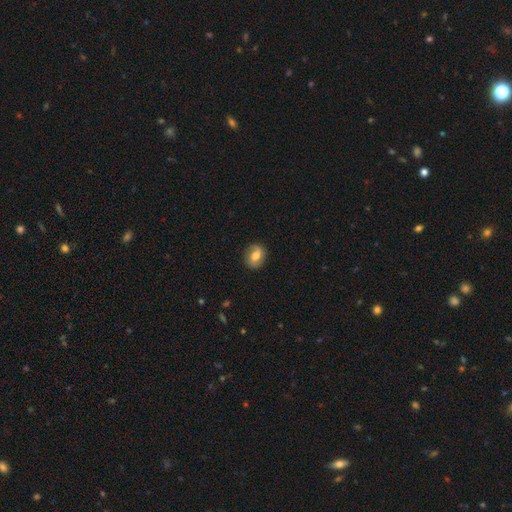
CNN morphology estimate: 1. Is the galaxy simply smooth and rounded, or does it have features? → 48% smooth, 44% featured or disk, 8% star or artifact.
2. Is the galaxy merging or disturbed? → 83% none, 13% minor disturbance, 3% major disturbance, 1% merger.